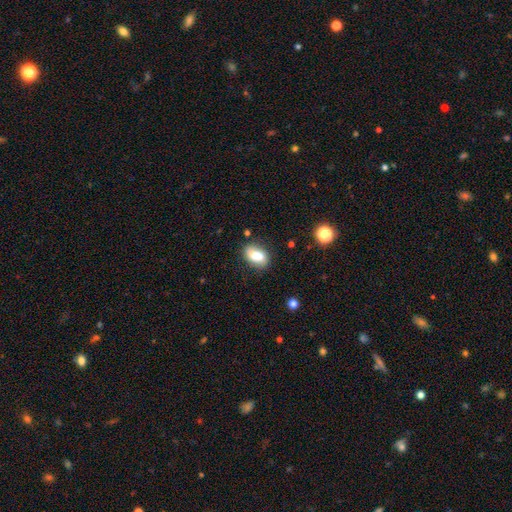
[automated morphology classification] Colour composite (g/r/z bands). It shows a smooth galaxy with no disk features (75%) that is in between round and cigar-shaped (87%). Merging: none (79%).